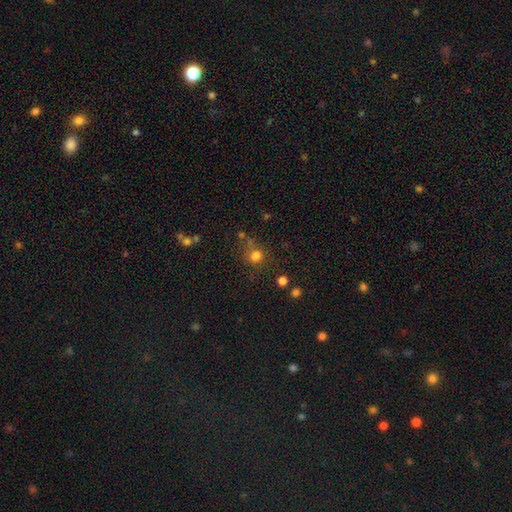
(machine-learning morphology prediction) Smooth or featured: smooth — 75% (star or artifact — 18%)
How rounded: round — 72% (in between — 27%)
Merging: none — 63% (minor disturbance — 16%)